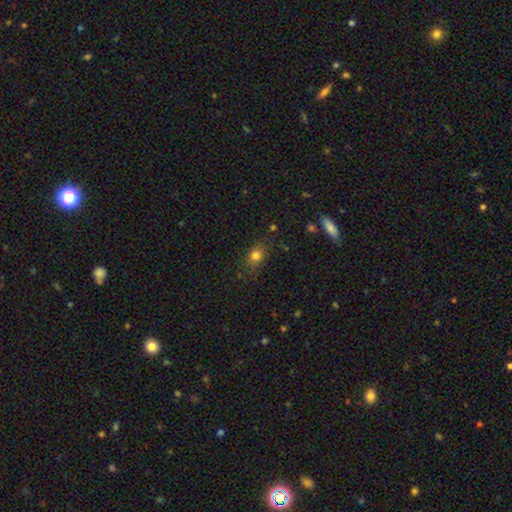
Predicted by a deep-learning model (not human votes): smooth-or-featured: smooth: 78% | star or artifact: 14% | featured or disk: 8%
  how-rounded: in between: 54% | round: 44% | cigar-shaped: 2%
  merging: none: 78% | minor disturbance: 16% | major disturbance: 4% | merger: 2%